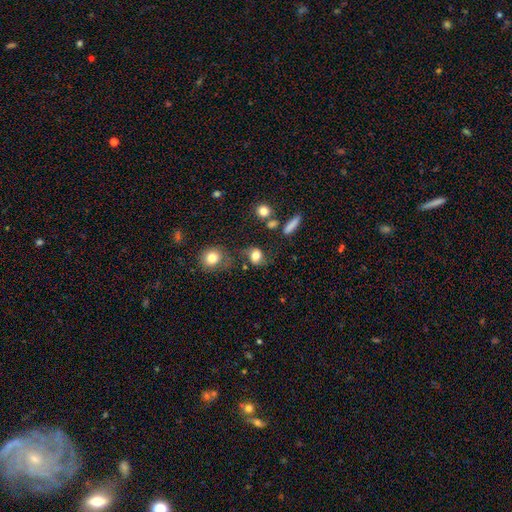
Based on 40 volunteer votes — Overall: smooth (80%). How rounded: round (56%; in between 41%). Merging: none (57%).